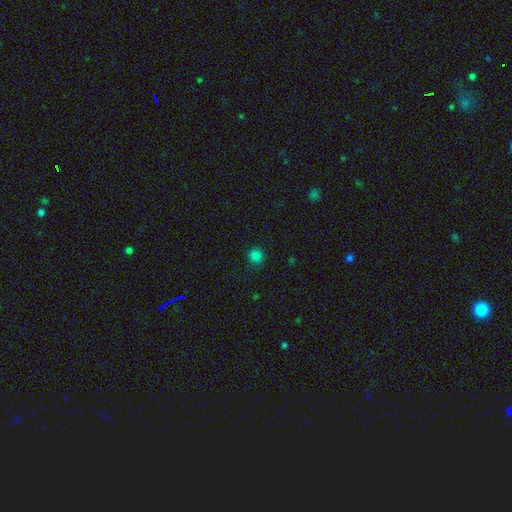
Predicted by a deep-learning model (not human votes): This appears to be a smooth galaxy with no disk features (81%) that is round (81%). Merging: none (88%).